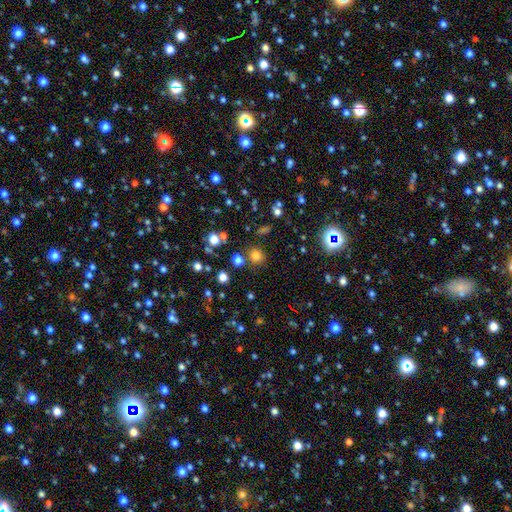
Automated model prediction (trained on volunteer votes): The model was most divided on "smooth or featured": smooth: 74%, star or artifact: 20%, featured or disk: 6%. More confident: how rounded — round (83%); merging — none (80%).